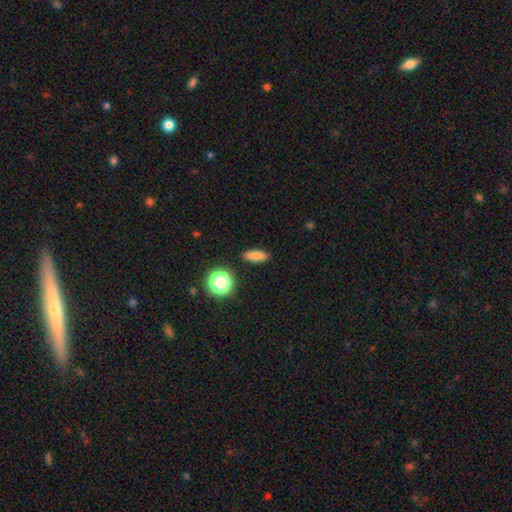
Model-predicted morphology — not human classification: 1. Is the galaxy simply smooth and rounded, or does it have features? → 79% smooth, 13% star or artifact, 8% featured or disk.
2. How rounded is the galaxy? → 55% in between, 35% cigar-shaped, 10% round.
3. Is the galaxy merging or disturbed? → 89% none, 8% minor disturbance, 2% major disturbance, 2% merger.